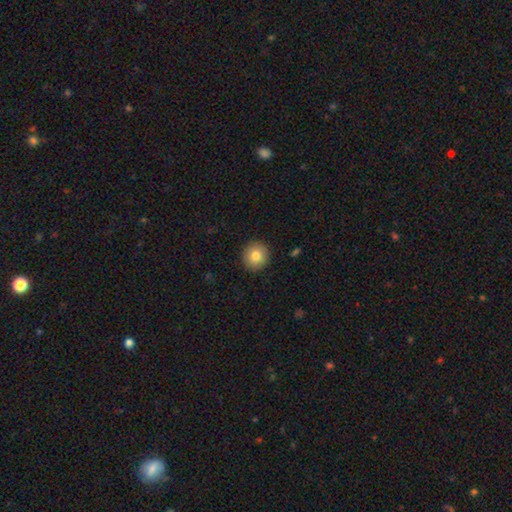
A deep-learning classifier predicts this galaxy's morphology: Smooth or featured? smooth (81%)
How rounded? round (94%)
Merging? none (92%)